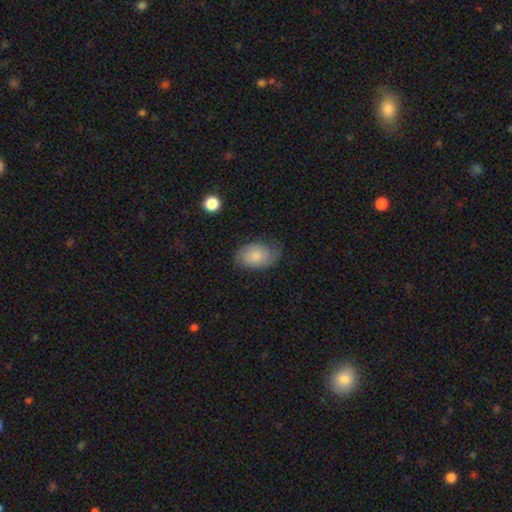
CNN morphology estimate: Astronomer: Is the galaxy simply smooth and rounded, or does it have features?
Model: smooth — 60%.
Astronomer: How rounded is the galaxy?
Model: in between — 85%.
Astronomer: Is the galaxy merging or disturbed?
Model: none — 61%.